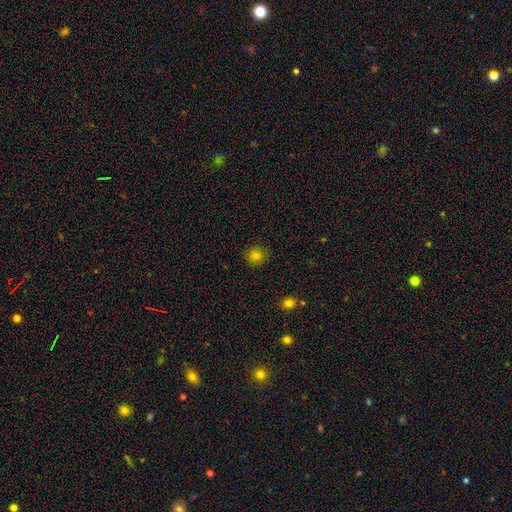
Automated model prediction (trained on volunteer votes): Smooth or featured? Predicted: smooth (p=0.80). How rounded? Predicted: round (p=0.90). Merging? Predicted: none (p=0.89).